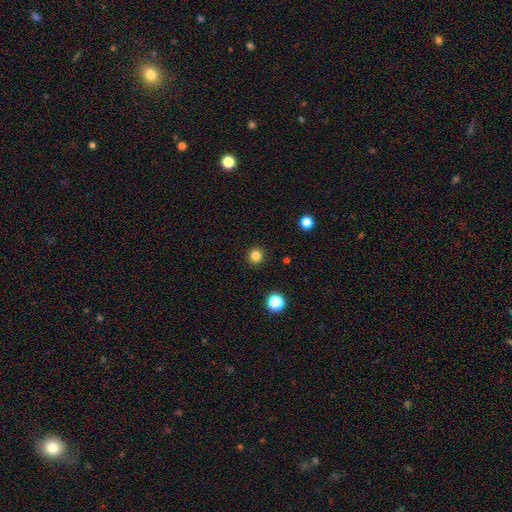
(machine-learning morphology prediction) Smooth or featured? Predicted: smooth (p=0.83). How rounded? Predicted: round (p=0.93). Merging? Predicted: none (p=0.92).